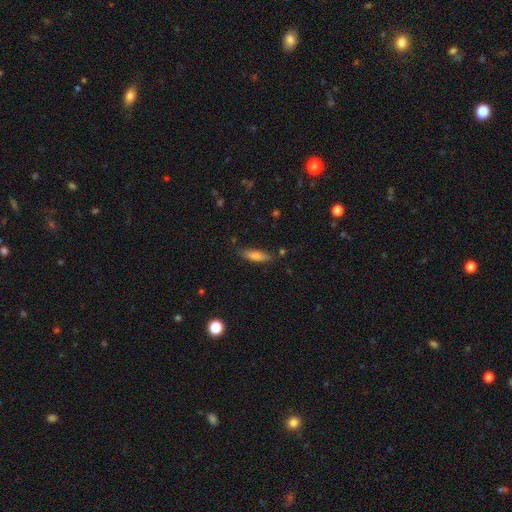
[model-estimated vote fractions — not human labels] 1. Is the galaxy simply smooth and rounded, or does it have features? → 75% smooth, 17% featured or disk, 8% star or artifact.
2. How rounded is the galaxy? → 63% cigar-shaped, 35% in between, 2% round.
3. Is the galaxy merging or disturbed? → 81% none, 13% minor disturbance, 3% major disturbance, 2% merger.